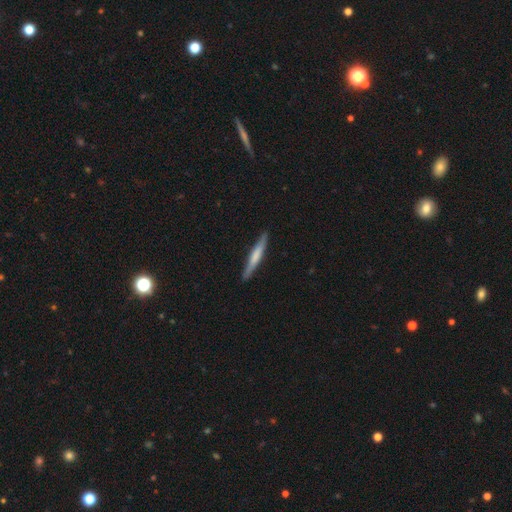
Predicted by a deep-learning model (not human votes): A smooth galaxy with no disk features (53%) that is cigar-shaped (95%). Merging: none (90%).